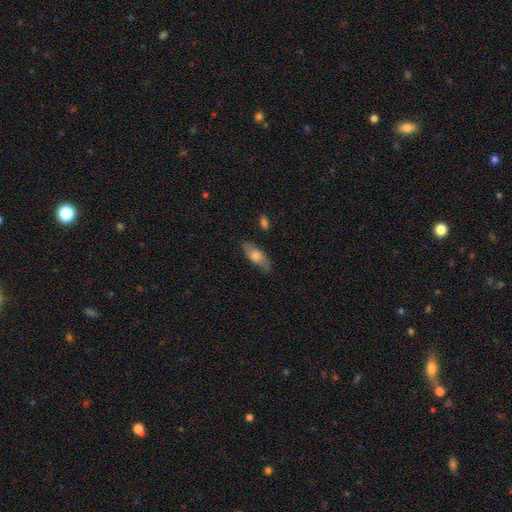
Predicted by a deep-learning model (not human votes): A smooth galaxy with no disk features (63%) that is in between round and cigar-shaped (75%). Merging: none (78%).